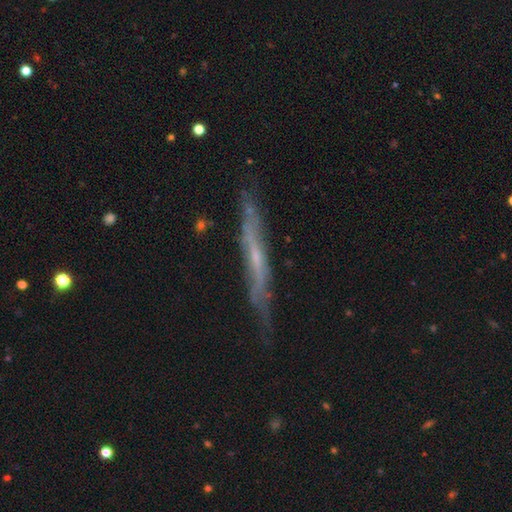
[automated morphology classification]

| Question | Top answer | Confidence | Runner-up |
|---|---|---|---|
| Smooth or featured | featured or disk | 68% | smooth (25%) |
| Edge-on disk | yes | 81% | no (19%) |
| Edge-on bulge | none | 67% | rounded (25%) |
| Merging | none | 67% | minor disturbance (24%) |